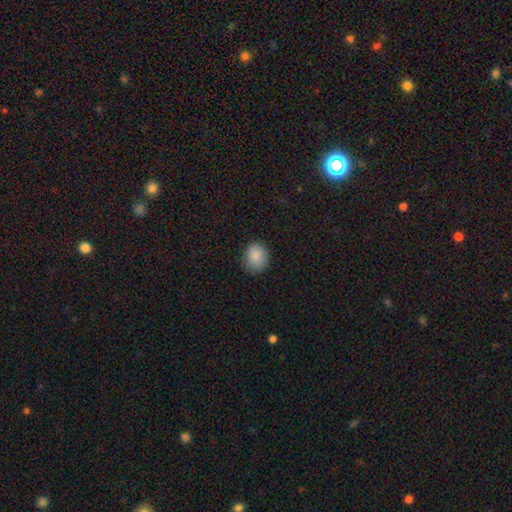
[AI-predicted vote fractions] smooth_or_featured: smooth (p=0.86) [alt: star or artifact p=0.08]
how_rounded: round (p=0.70) [alt: in between p=0.29]
merging: none (p=0.80) [alt: minor disturbance p=0.15]